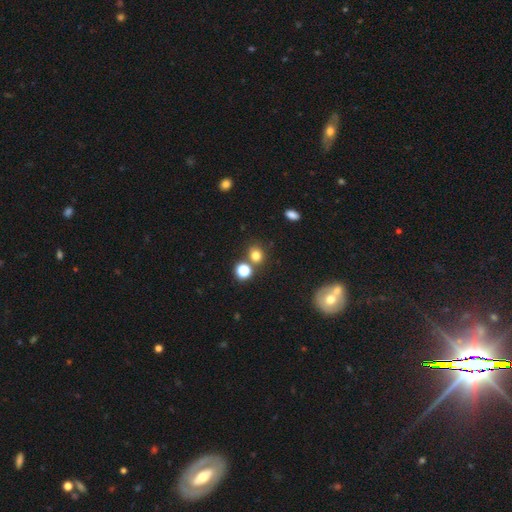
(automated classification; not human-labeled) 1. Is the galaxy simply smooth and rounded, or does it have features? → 75% smooth, 18% star or artifact, 7% featured or disk.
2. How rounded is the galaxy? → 79% round, 20% in between, 1% cigar-shaped.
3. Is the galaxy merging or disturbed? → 71% none, 16% merger, 9% minor disturbance, 4% major disturbance.